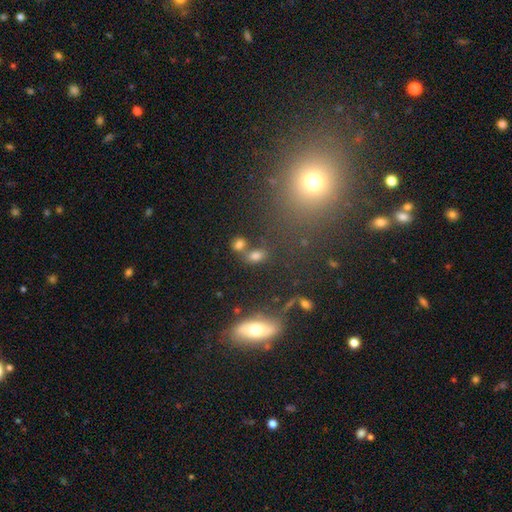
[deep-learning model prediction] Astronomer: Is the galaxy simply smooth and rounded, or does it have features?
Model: smooth — 73%.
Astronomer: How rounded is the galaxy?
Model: in between — 75%.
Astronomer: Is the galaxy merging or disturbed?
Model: none — 54%.